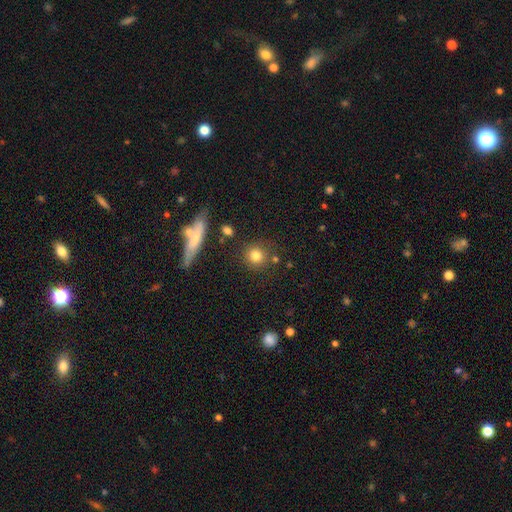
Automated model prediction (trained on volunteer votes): This appears to be a smooth galaxy with no disk features (80%) that is round (88%). Merging: none (80%).